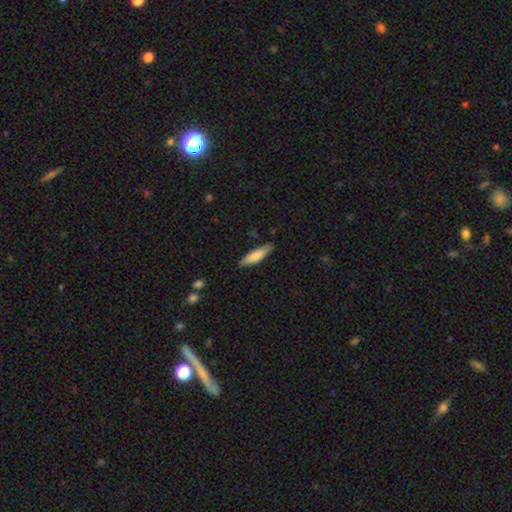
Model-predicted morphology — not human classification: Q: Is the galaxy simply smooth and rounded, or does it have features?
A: smooth — 78%.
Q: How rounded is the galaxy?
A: cigar-shaped — 71%.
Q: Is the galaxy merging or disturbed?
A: none — 84%.